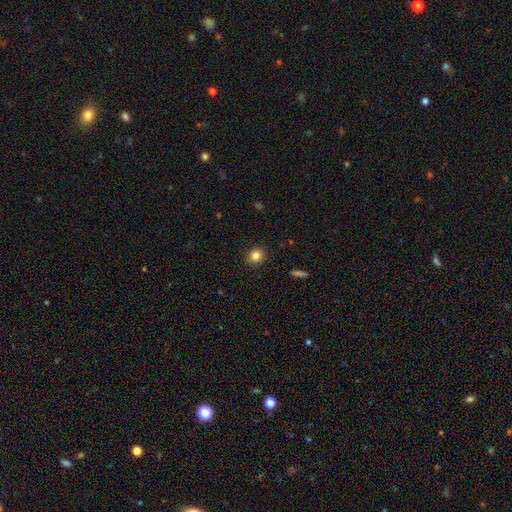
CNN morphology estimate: A smooth galaxy with no disk features (84%) that is round (80%).

Vote fractions:
- Smooth or featured? smooth: 84% / star or artifact: 11% / featured or disk: 5%
- How rounded? round: 80% / in between: 19% / cigar-shaped: 1%
- Merging? none: 91% / minor disturbance: 6% / major disturbance: 2% / merger: 1%